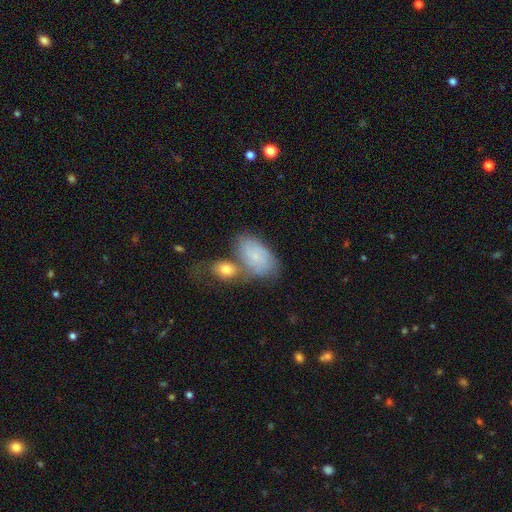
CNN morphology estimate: type=smooth (49%); merging=none (41%).